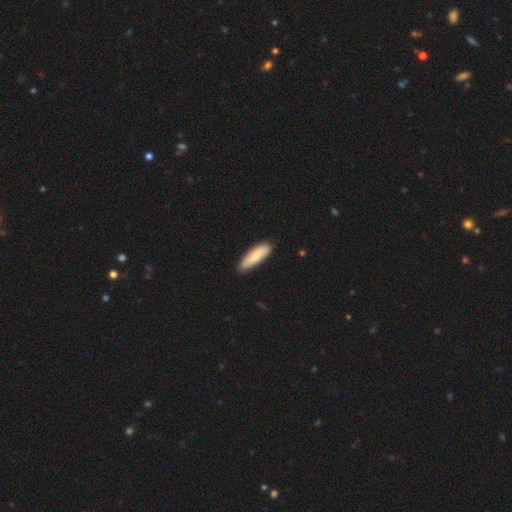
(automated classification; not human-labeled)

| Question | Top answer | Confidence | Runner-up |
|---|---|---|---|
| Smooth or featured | smooth | 82% | featured or disk (13%) |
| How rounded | cigar-shaped | 56% | in between (43%) |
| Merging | none | 85% | minor disturbance (12%) |